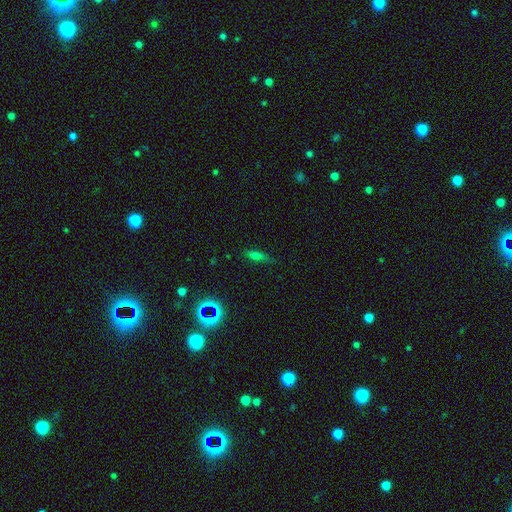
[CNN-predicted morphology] Q: Smooth or featured?
A: smooth (60%); runner-up: featured or disk (22%)
Q: How rounded?
A: cigar-shaped (51%); runner-up: in between (44%)
Q: Merging?
A: none (78%); runner-up: minor disturbance (16%)